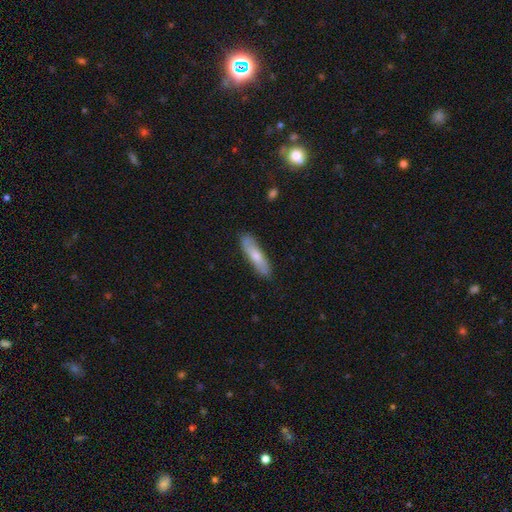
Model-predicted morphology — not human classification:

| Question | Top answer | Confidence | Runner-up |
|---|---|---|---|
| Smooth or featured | smooth | 60% | featured or disk (34%) |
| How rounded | cigar-shaped | 79% | in between (20%) |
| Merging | none | 84% | minor disturbance (13%) |